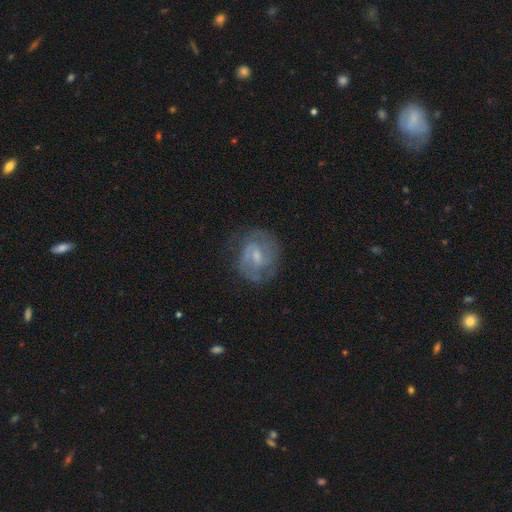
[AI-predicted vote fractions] featured or disk 73%, smooth 20%, star or artifact 7%. Down the decision tree: edge-on disk — no (97%); bar — weak (61%); spiral arms — yes (86%); spiral arm count — 2 (65%); spiral winding — medium (46%); bulge size — small (46%); merging — none (65%).